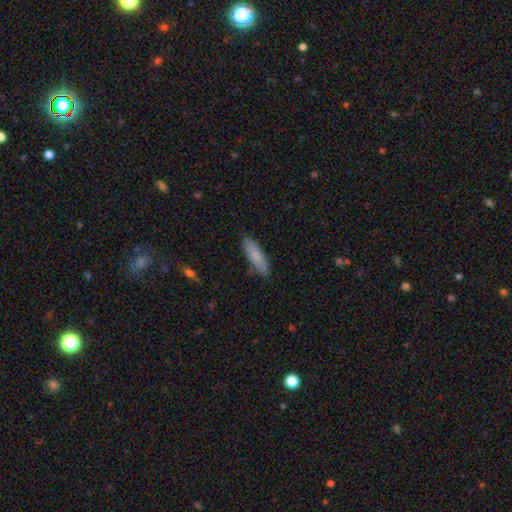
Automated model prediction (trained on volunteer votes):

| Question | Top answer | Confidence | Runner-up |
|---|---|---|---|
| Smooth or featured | smooth | 81% | featured or disk (13%) |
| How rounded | cigar-shaped | 55% | in between (43%) |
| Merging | none | 84% | minor disturbance (13%) |